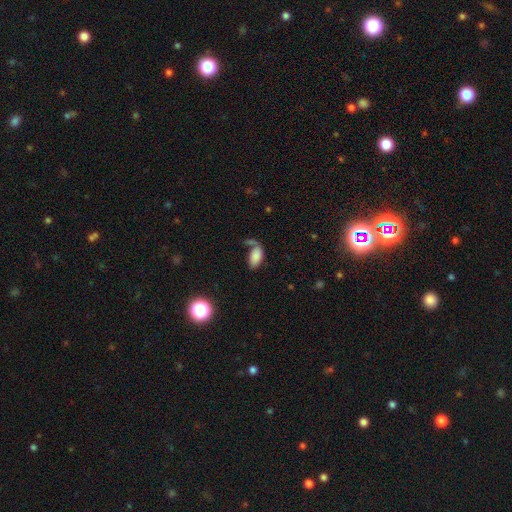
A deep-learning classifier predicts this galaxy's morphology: smooth-or-featured: smooth: 82% | star or artifact: 9% | featured or disk: 9%
  how-rounded: in between: 93% | round: 4% | cigar-shaped: 3%
  merging: none: 47% | merger: 22% | minor disturbance: 17% | major disturbance: 13%